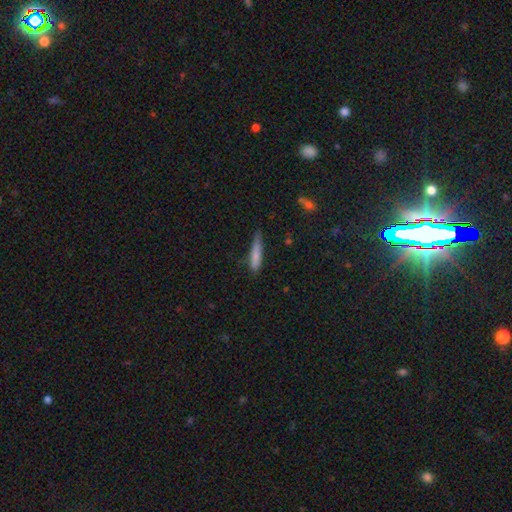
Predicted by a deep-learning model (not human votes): smooth_or_featured: smooth (p=0.77) [alt: featured or disk p=0.16]
how_rounded: cigar-shaped (p=0.85) [alt: in between p=0.13]
merging: none (p=0.60) [alt: minor disturbance p=0.32]